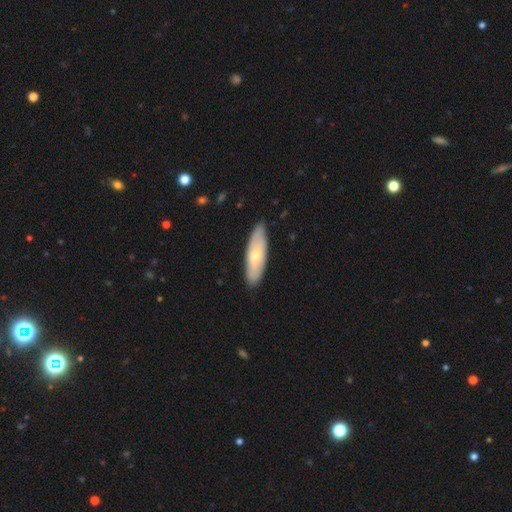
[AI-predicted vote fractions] smooth-or-featured: smooth: 54% | featured or disk: 40% | star or artifact: 5%
  how-rounded: cigar-shaped: 52% | in between: 46% | round: 2%
  merging: none: 85% | minor disturbance: 12% | major disturbance: 2% | merger: 1%